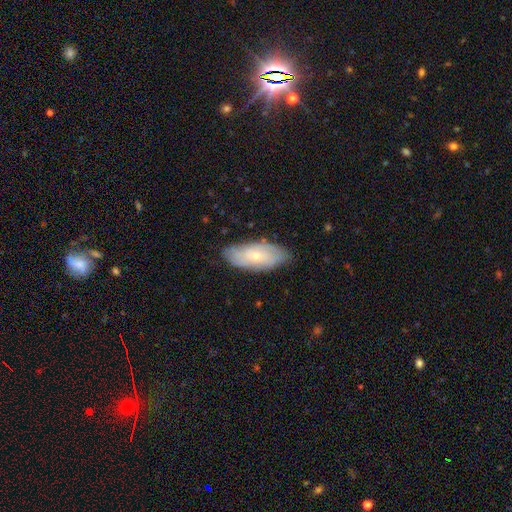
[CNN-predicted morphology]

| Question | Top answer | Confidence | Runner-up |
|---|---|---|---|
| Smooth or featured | featured or disk | 52% | smooth (41%) |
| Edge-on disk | no | 86% | yes (14%) |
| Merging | none | 78% | minor disturbance (18%) |